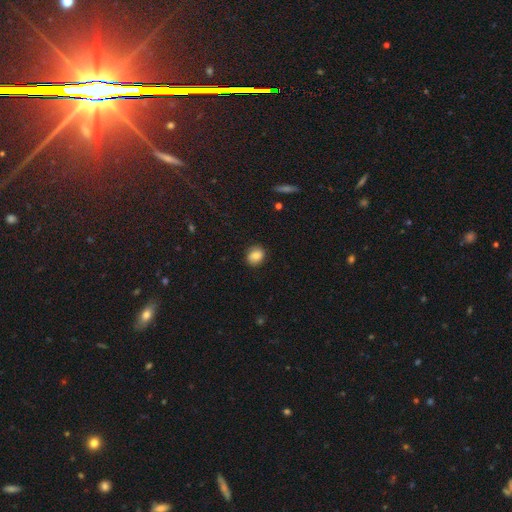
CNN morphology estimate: type=smooth (83%); roundness=round (60%); merging=none (86%).